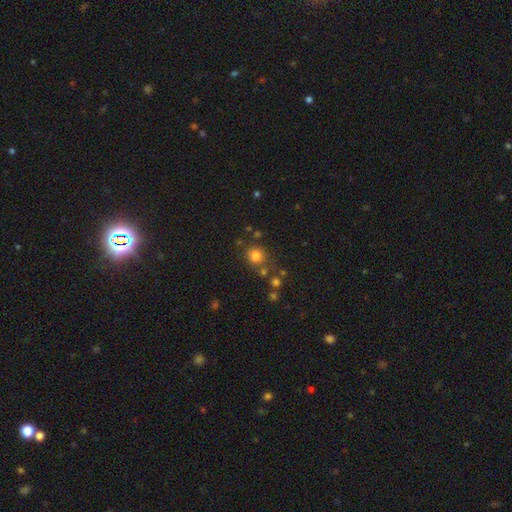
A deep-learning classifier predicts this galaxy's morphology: smooth-or-featured: smooth: 78% | star or artifact: 15% | featured or disk: 7%
  how-rounded: round: 86% | in between: 13% | cigar-shaped: 1%
  merging: none: 72% | minor disturbance: 12% | merger: 11% | major disturbance: 5%